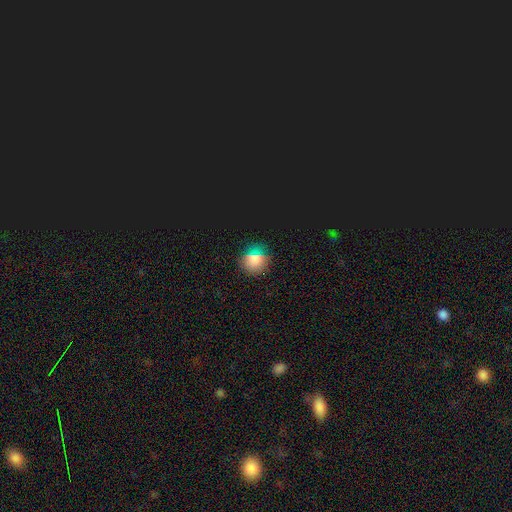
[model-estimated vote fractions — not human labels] smooth_or_featured: smooth (p=0.68) [alt: star or artifact p=0.26]
how_rounded: round (p=0.85) [alt: in between p=0.13]
merging: none (p=0.87) [alt: minor disturbance p=0.09]